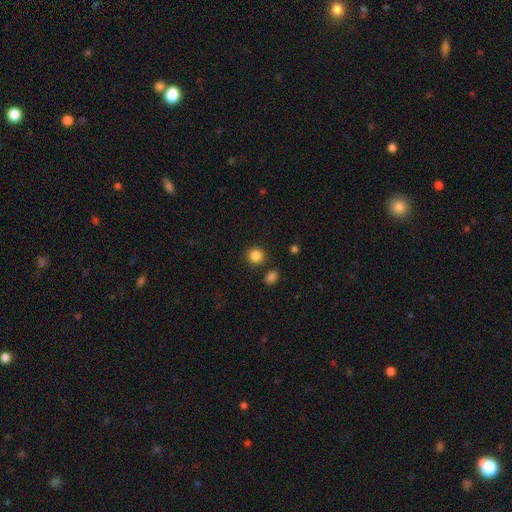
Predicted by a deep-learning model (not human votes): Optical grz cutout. It shows a smooth galaxy with no disk features (86%) that is round (91%). Merging: none (87%).